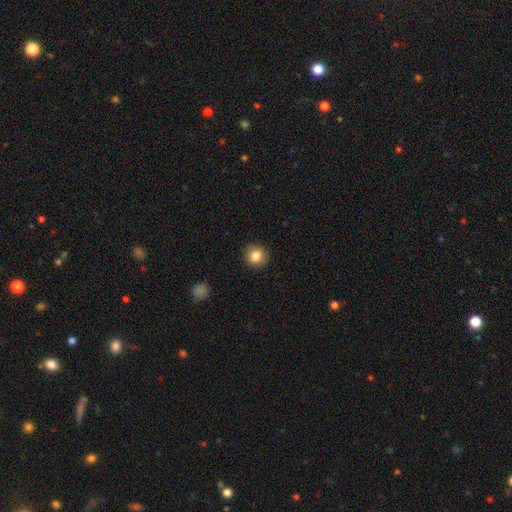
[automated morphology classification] Smooth or featured?
  - smooth: 83% *
  - star or artifact: 10%
  - featured or disk: 7%
How rounded?
  - round: 90% *
  - in between: 9%
  - cigar-shaped: 1%
Merging?
  - none: 91% *
  - minor disturbance: 7%
  - major disturbance: 2%
  - merger: 1%